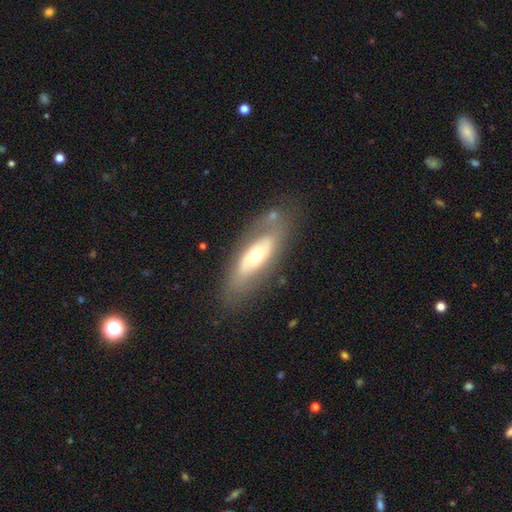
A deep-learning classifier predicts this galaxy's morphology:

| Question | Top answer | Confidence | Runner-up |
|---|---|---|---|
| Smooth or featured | featured or disk | 53% | smooth (39%) |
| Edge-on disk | no | 76% | yes (24%) |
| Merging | none | 70% | minor disturbance (17%) |